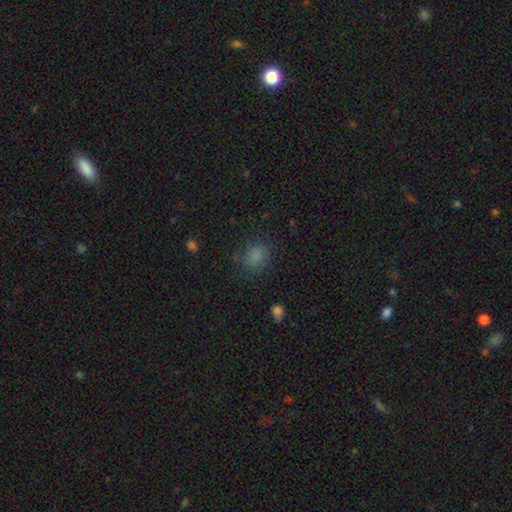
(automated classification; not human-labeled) Smooth or featured? smooth (77%)
How rounded? round (58%)
Merging? none (72%)